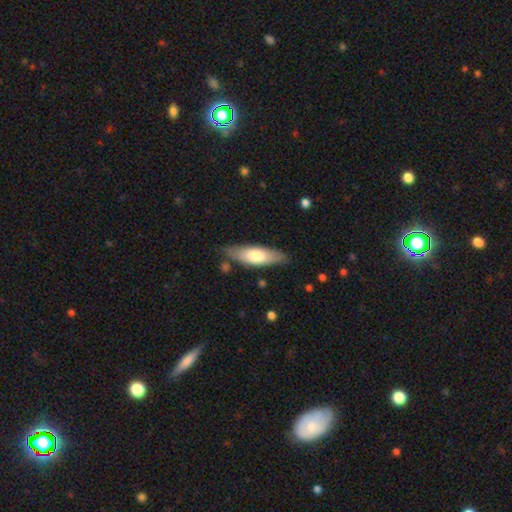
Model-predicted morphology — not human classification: type=smooth (67%); roundness=in between (53%); merging=none (80%).